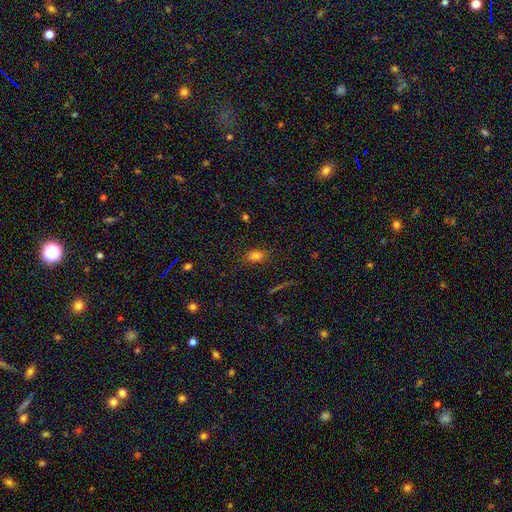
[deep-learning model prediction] smooth-or-featured: smooth: 77% | star or artifact: 16% | featured or disk: 7%
  how-rounded: in between: 81% | round: 15% | cigar-shaped: 4%
  merging: none: 82% | minor disturbance: 12% | major disturbance: 4% | merger: 2%